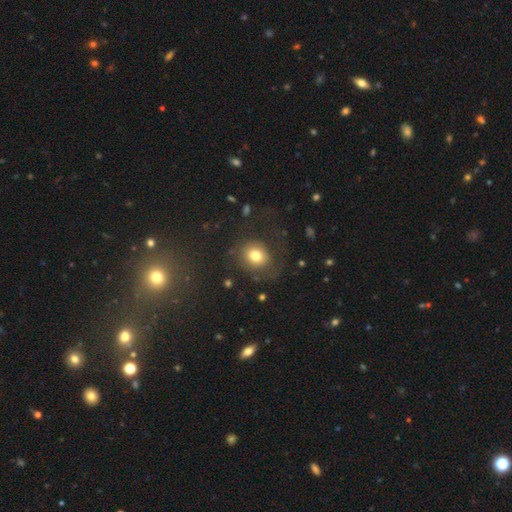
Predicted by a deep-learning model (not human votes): A smooth galaxy with no disk features (75%) that is round (78%).

Vote fractions:
- Smooth or featured? smooth: 75% / featured or disk: 13% / star or artifact: 12%
- How rounded? round: 78% / in between: 21% / cigar-shaped: 1%
- Merging? none: 67% / major disturbance: 16% / minor disturbance: 15% / merger: 2%